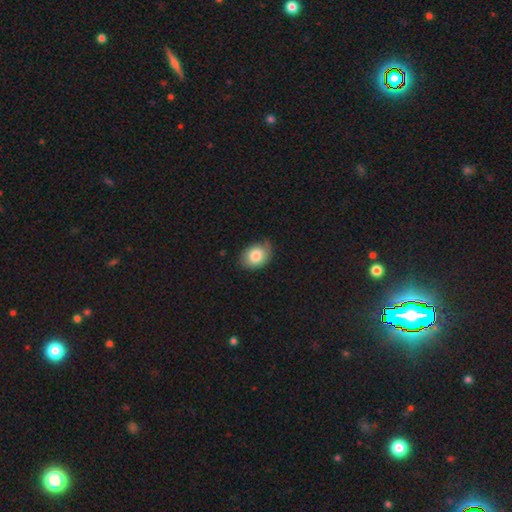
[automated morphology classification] Smooth or featured?
  - smooth: 81% *
  - featured or disk: 11%
  - star or artifact: 7%
How rounded?
  - in between: 72% *
  - round: 27%
  - cigar-shaped: 1%
Merging?
  - none: 69% *
  - minor disturbance: 25%
  - major disturbance: 4%
  - merger: 1%